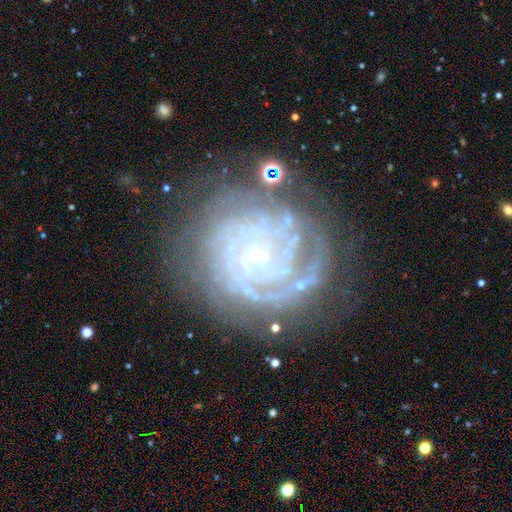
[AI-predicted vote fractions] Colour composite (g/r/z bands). It shows a featured or disk galaxy (88%) with no bar (60%), 4 (24%) tight (83%) spiral arms (98%) and a small central bulge (79%). Merging: none (72%).